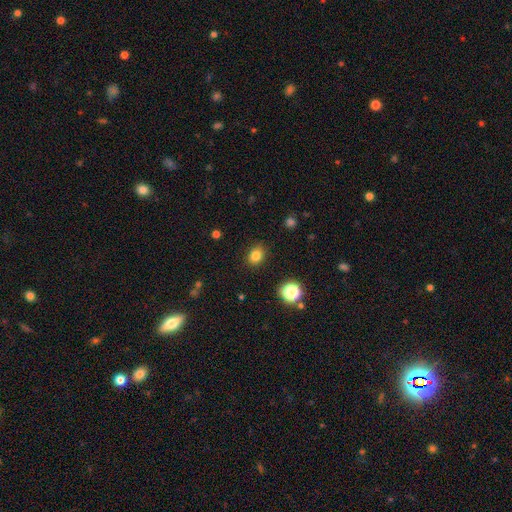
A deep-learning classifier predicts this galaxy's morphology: Smooth or featured? Predicted: smooth (p=0.82). How rounded? Predicted: in between (p=0.53). Merging? Predicted: none (p=0.86).